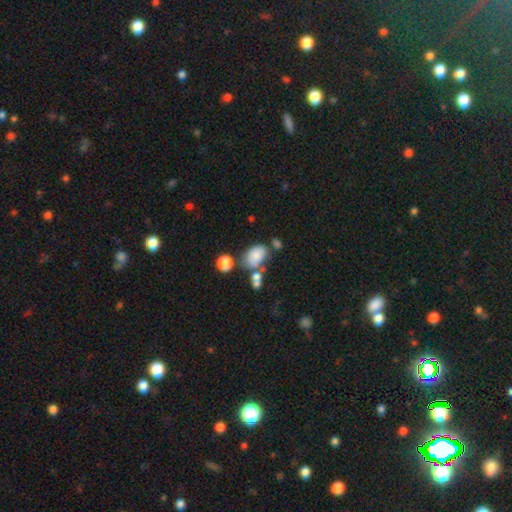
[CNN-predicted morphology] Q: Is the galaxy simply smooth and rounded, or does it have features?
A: smooth — 77%.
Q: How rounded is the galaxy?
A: in between — 86%.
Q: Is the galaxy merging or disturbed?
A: none — 50%.